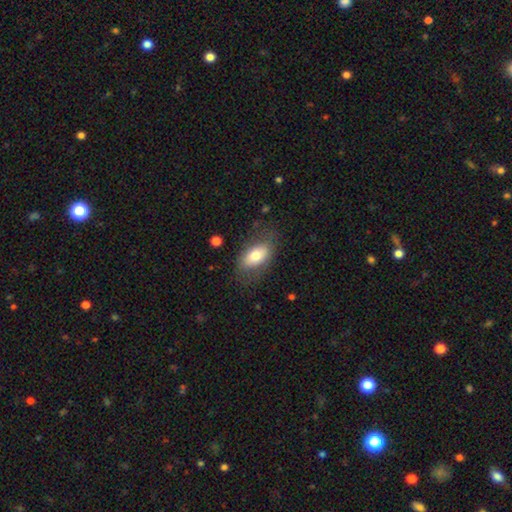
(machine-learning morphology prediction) Q: Smooth or featured?
A: smooth (71%); runner-up: featured or disk (22%)
Q: How rounded?
A: in between (90%); runner-up: round (6%)
Q: Merging?
A: none (72%); runner-up: minor disturbance (18%)